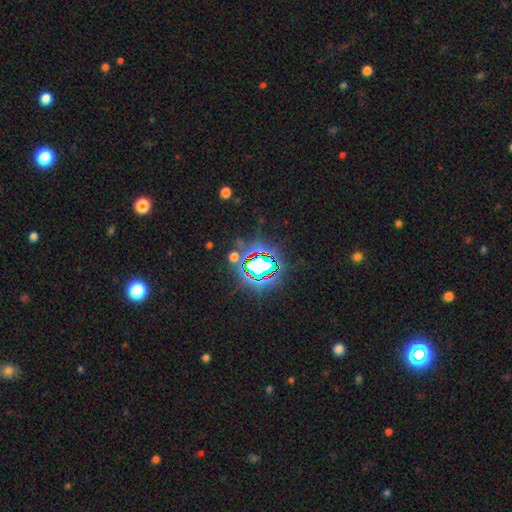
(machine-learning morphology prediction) smooth_or_featured: star or artifact (p=0.83) [alt: smooth p=0.10]